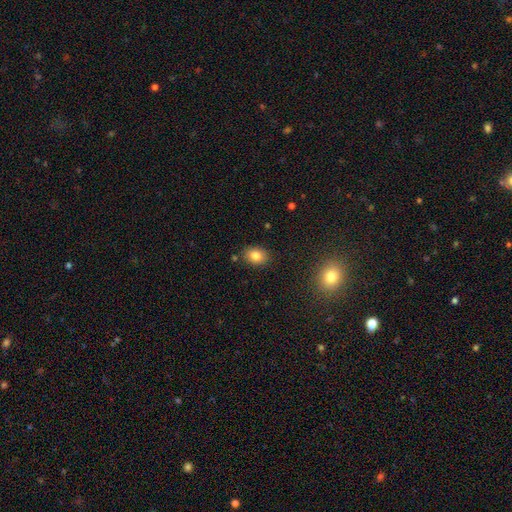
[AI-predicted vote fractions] Q: Smooth or featured?
A: smooth (82%); runner-up: star or artifact (10%)
Q: How rounded?
A: in between (59%); runner-up: round (40%)
Q: Merging?
A: none (86%); runner-up: minor disturbance (10%)